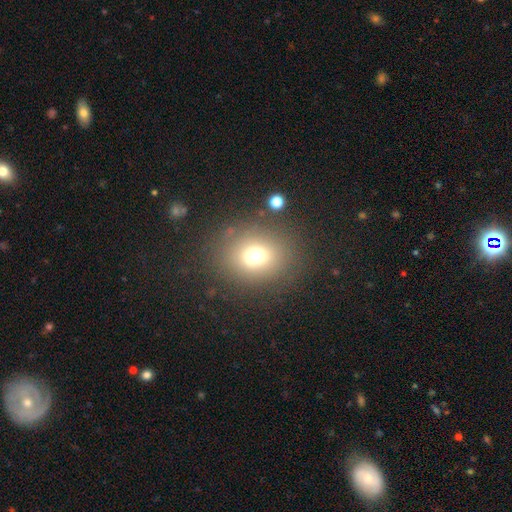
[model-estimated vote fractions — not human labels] Morphology: type=smooth (67%); roundness=round (74%); merging=none (75%).